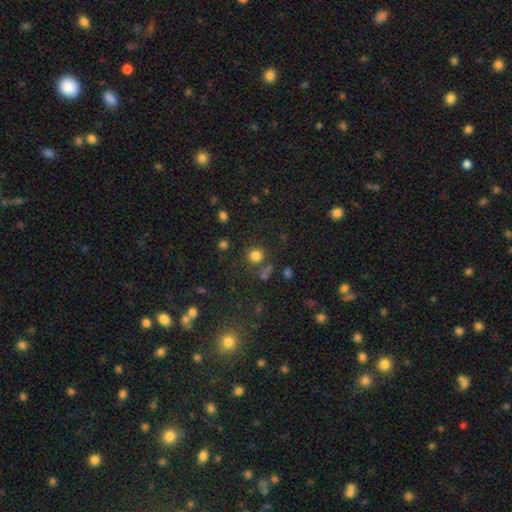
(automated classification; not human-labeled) smooth 79%, star or artifact 15%, featured or disk 6%. Down the decision tree: how rounded — round (88%); merging — none (75%).